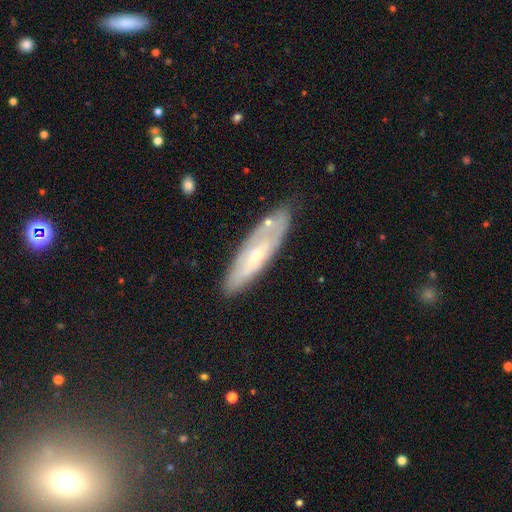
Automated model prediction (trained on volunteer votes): This appears to be a featured or disk galaxy (53%). Merging: none (75%).